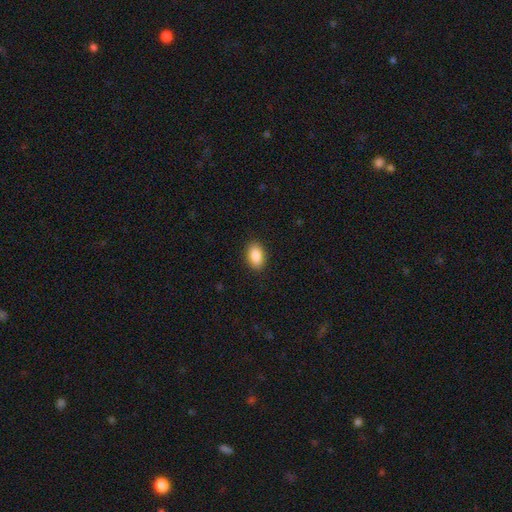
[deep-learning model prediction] Smooth or featured? Predicted: smooth (p=0.88). How rounded? Predicted: in between (p=0.91). Merging? Predicted: none (p=0.89).